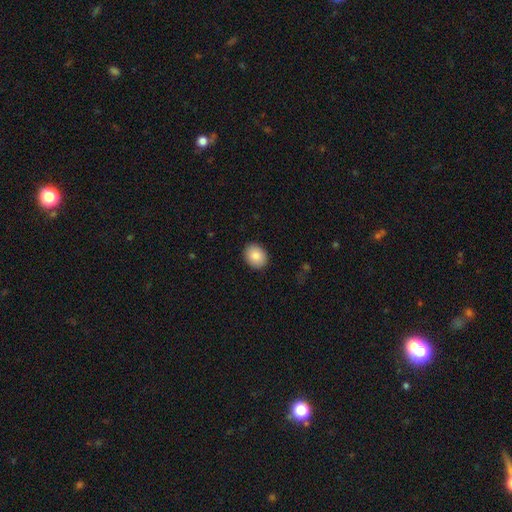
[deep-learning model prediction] This is clearly a smooth galaxy (86%). How rounded: possibly in between (58%). Merging: clearly none (90%).